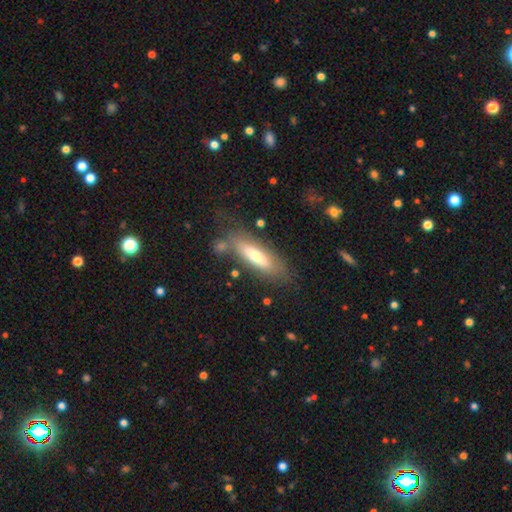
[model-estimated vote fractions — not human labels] smooth 61%, featured or disk 32%, star or artifact 7%. Down the decision tree: how rounded — cigar-shaped (54%); merging — none (71%).